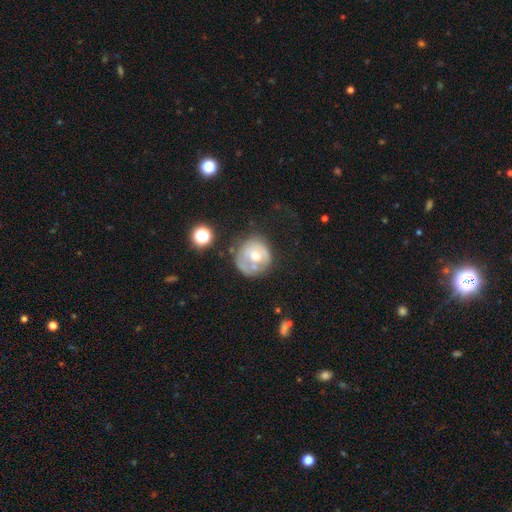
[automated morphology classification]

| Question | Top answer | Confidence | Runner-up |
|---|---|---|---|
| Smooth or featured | featured or disk | 46% | smooth (45%) |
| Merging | none | 50% | minor disturbance (24%) |